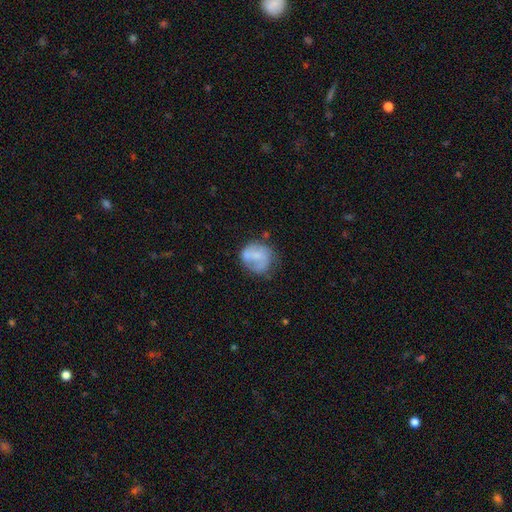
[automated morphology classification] A smooth galaxy with no disk features (52%) that is round (76%).

Vote fractions:
- Smooth or featured? smooth: 52% / featured or disk: 40% / star or artifact: 8%
- How rounded? round: 76% / in between: 23% / cigar-shaped: 1%
- Merging? none: 47% / minor disturbance: 26% / major disturbance: 16% / merger: 11%